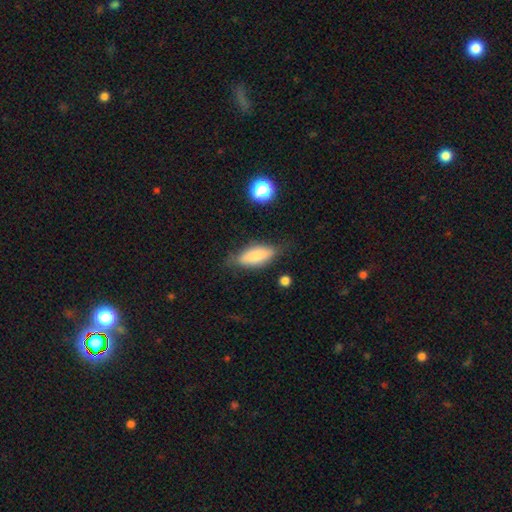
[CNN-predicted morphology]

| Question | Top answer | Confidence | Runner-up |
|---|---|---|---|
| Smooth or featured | smooth | 75% | featured or disk (17%) |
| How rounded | in between | 71% | cigar-shaped (27%) |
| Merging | none | 69% | minor disturbance (22%) |